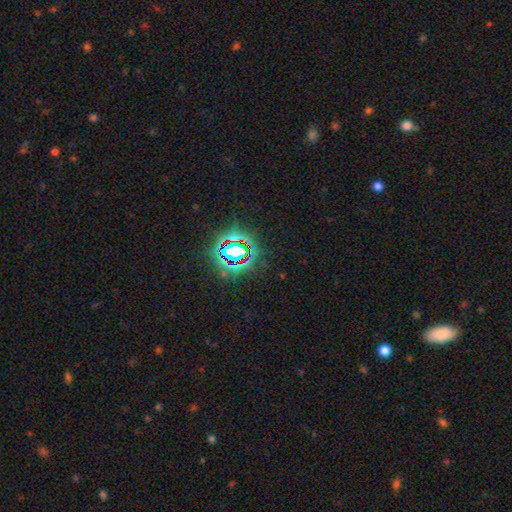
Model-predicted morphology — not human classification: The model was most divided on "smooth or featured": star or artifact: 79%, smooth: 13%, featured or disk: 9%.